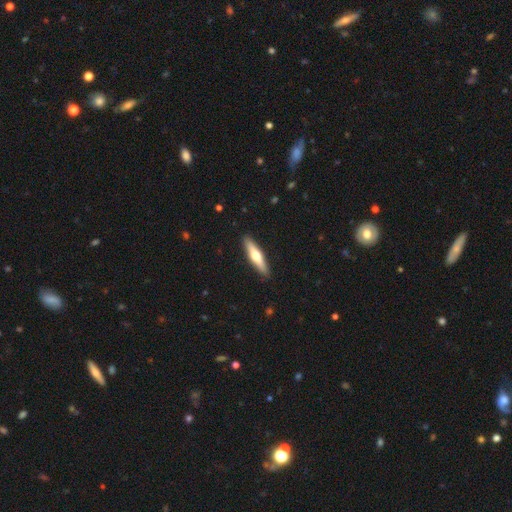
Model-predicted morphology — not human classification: The model was most divided on "smooth or featured" (2-way tie): smooth: 48%, featured or disk: 48%, star or artifact: 5%. More confident: merging — none (91%).